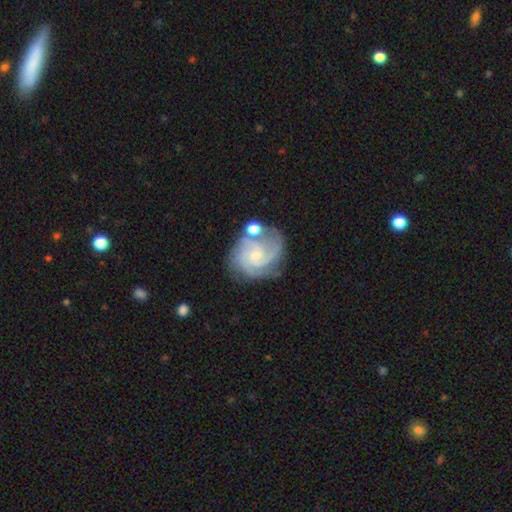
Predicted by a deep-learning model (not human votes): A featured or disk galaxy (88%) with no bar (67%), 3 (40%) tight (60%) spiral arms (98%) and a small central bulge (72%). Merging: none (64%).